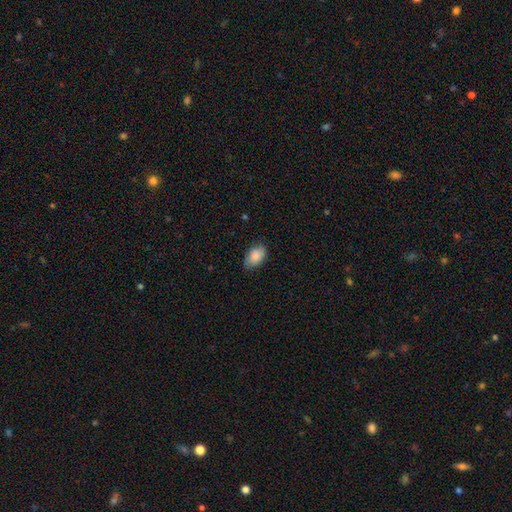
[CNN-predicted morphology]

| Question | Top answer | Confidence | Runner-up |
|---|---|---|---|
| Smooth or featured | smooth | 88% | star or artifact (6%) |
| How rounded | in between | 90% | round (9%) |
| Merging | none | 78% | minor disturbance (17%) |